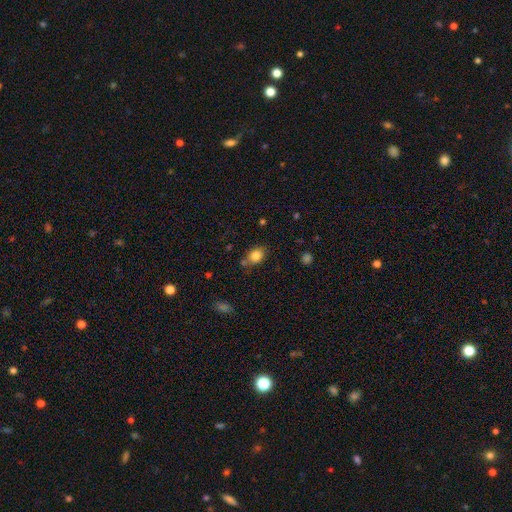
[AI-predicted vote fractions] smooth-or-featured: smooth: 83% | star or artifact: 10% | featured or disk: 6%
  how-rounded: in between: 55% | round: 44% | cigar-shaped: 1%
  merging: none: 70% | minor disturbance: 16% | merger: 10% | major disturbance: 4%